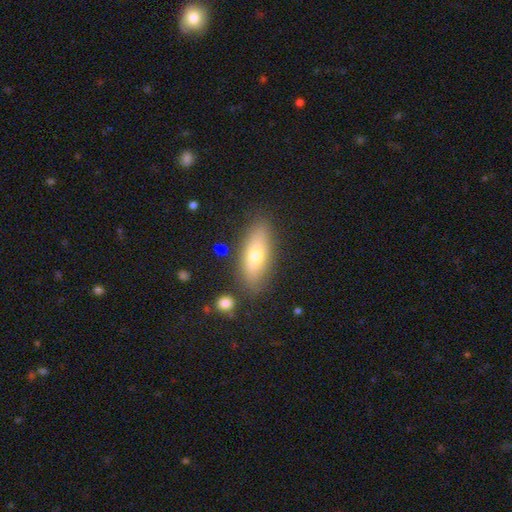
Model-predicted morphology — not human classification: This appears to be a smooth galaxy with no disk features (68%) that is in between round and cigar-shaped (68%). Merging: none (81%).